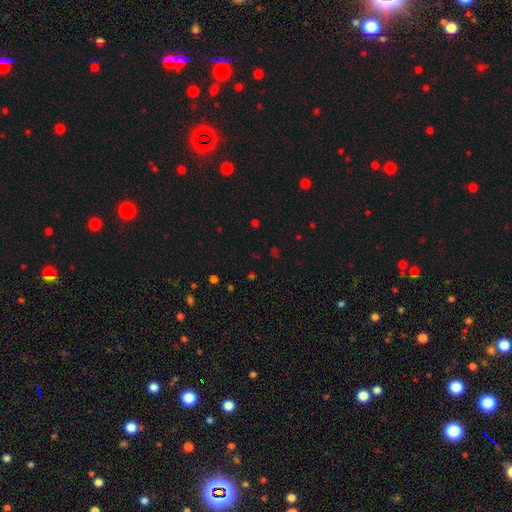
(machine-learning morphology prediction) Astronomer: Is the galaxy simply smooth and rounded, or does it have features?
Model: star or artifact — 57% (runner-up: smooth, 36%).